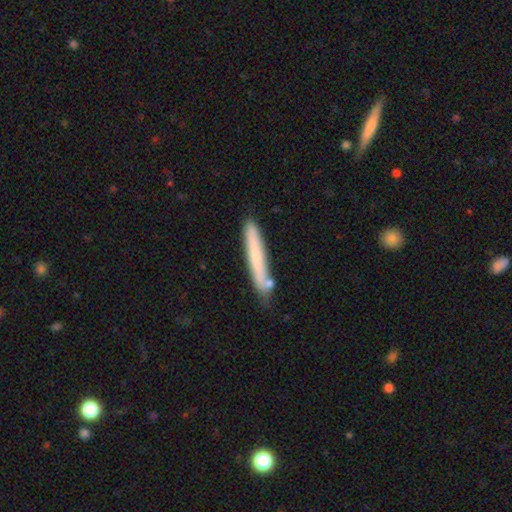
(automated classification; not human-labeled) Smooth or featured? smooth (67%)
How rounded? cigar-shaped (95%)
Merging? none (75%)